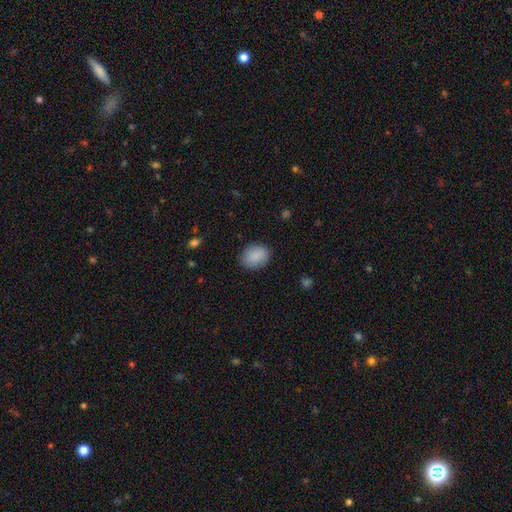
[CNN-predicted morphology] smooth_or_featured: smooth (p=0.88) [alt: star or artifact p=0.07]
how_rounded: round (p=0.50) [alt: in between p=0.49]
merging: none (p=0.84) [alt: minor disturbance p=0.12]